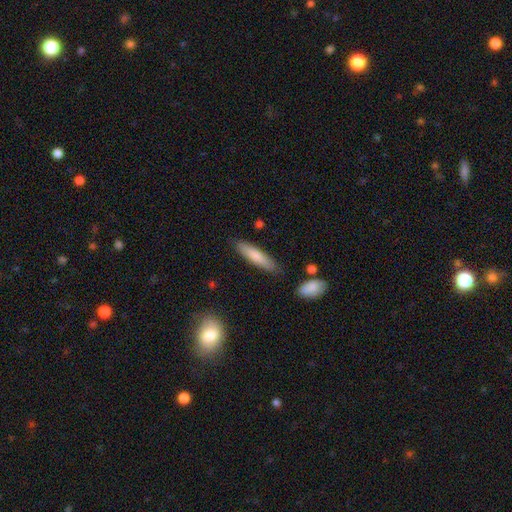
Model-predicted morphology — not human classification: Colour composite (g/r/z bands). It shows a smooth galaxy with no disk features (77%) that is cigar-shaped (78%). Merging: none (85%).